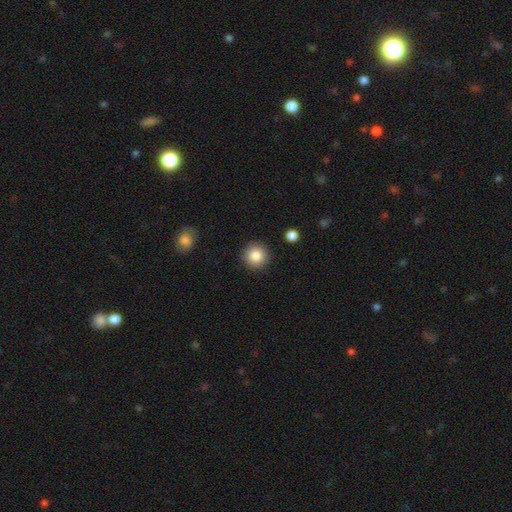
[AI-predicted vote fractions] smooth-or-featured: smooth: 85% | star or artifact: 9% | featured or disk: 6%
  how-rounded: round: 95% | in between: 4% | cigar-shaped: 1%
  merging: none: 90% | minor disturbance: 6% | major disturbance: 2% | merger: 2%